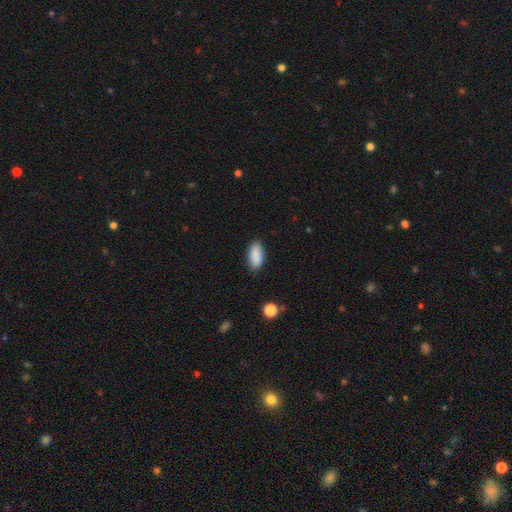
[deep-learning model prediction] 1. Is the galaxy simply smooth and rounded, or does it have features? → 89% smooth, 7% star or artifact, 4% featured or disk.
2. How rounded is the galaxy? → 89% in between, 8% cigar-shaped, 2% round.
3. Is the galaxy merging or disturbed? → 85% none, 11% minor disturbance, 2% major disturbance, 1% merger.